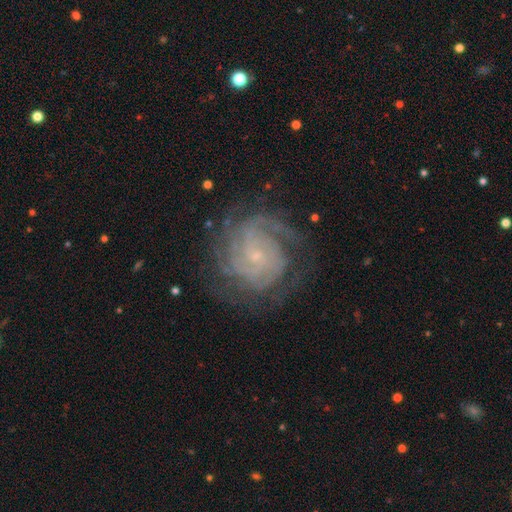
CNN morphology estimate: Smooth or featured? Predicted: featured or disk (p=0.86). Edge-on disk? Predicted: no (p=0.98). Bar? Predicted: no (p=0.70). Spiral arms? Predicted: yes (p=0.97). Spiral winding? Predicted: tight (p=0.72). Spiral arm count? Predicted: can't tell (p=0.28). Bulge size? Predicted: small (p=0.82). Merging? Predicted: none (p=0.75).